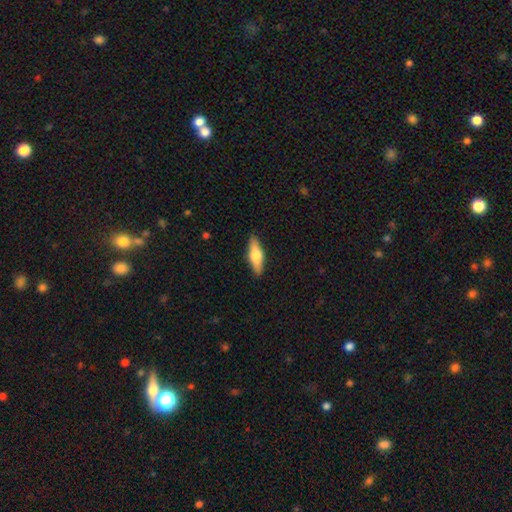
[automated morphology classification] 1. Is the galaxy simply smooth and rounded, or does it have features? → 59% smooth, 36% featured or disk, 5% star or artifact.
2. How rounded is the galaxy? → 52% in between, 46% cigar-shaped, 3% round.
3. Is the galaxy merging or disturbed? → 89% none, 8% minor disturbance, 2% major disturbance, 1% merger.